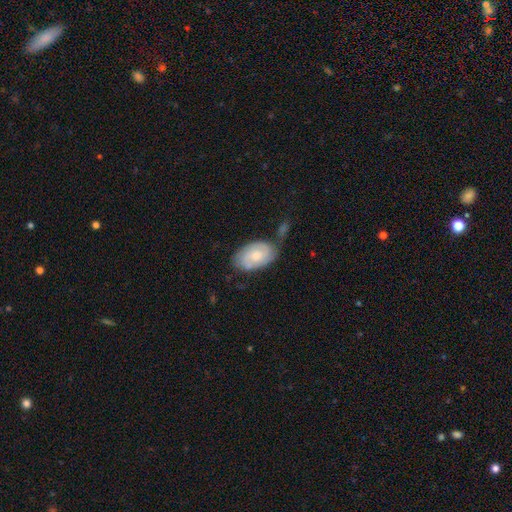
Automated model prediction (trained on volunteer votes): This appears to be a featured or disk galaxy (62%) with no bar (66%), 2 (64%) tight (56%) spiral arms (91%) and a moderate central bulge (47%). Merging: none (60%).